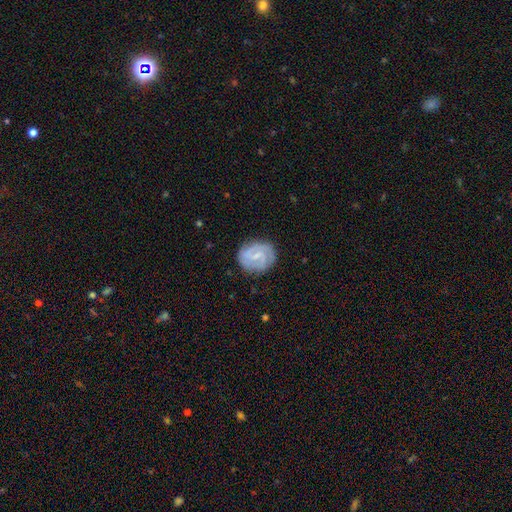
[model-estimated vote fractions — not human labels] featured or disk 74%, smooth 21%, star or artifact 6%. Down the decision tree: edge-on disk — no (98%); bar — weak (57%); spiral arms — yes (92%); spiral arm count — 2 (61%); spiral winding — tight (50%); bulge size — small (61%); merging — none (80%).